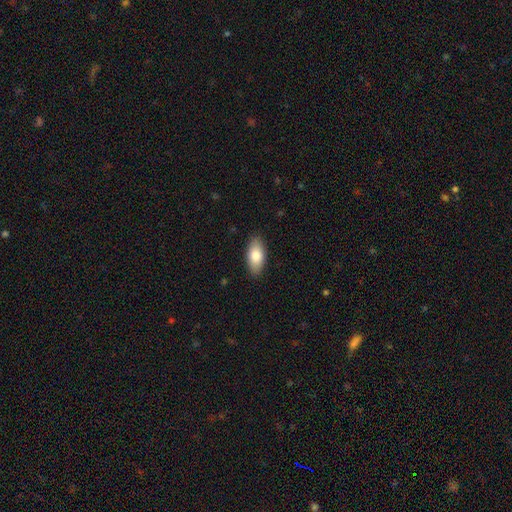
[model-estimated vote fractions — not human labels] Smooth or featured? Predicted: smooth (p=0.80). How rounded? Predicted: in between (p=0.90). Merging? Predicted: none (p=0.88).